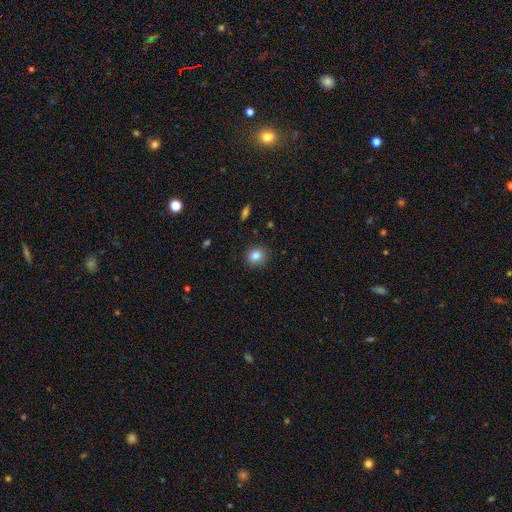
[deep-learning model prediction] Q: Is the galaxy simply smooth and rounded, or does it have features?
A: smooth — 83%.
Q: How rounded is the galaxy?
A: round — 83%.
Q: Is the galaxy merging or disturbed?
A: none — 89%.